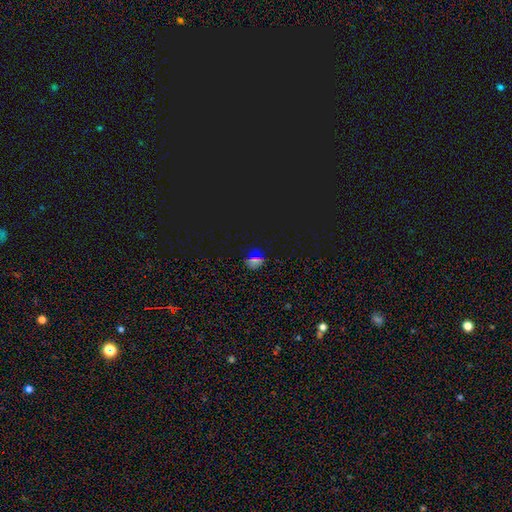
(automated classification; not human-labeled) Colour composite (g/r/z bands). It shows a star or artifact, not a galaxy (55%).